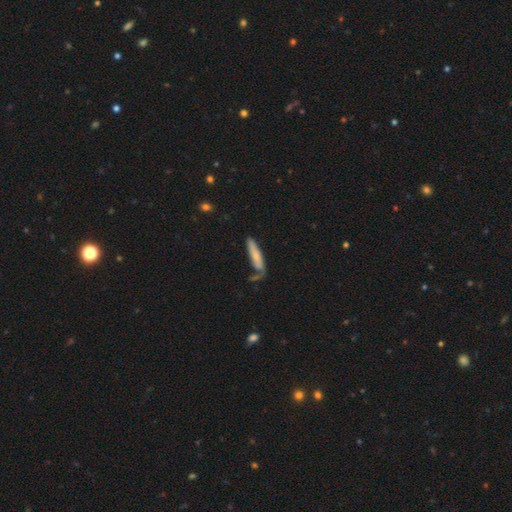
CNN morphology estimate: This appears to be a smooth galaxy with no disk features (67%) that is cigar-shaped (82%). Merging: none (49%).